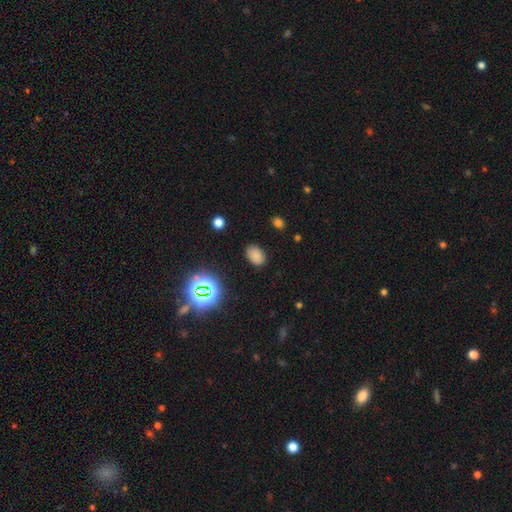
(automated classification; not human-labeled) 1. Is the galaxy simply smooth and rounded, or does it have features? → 78% smooth, 17% star or artifact, 6% featured or disk.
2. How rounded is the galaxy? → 84% in between, 15% round, 1% cigar-shaped.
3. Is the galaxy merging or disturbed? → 84% none, 11% minor disturbance, 3% major disturbance, 1% merger.